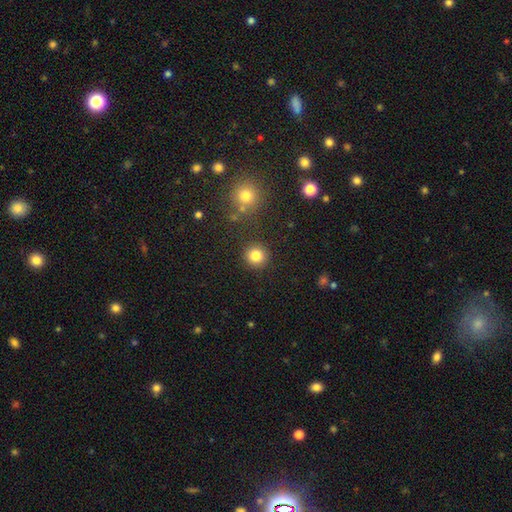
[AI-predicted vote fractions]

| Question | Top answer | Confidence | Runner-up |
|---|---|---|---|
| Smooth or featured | smooth | 83% | star or artifact (11%) |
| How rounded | round | 93% | in between (6%) |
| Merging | none | 89% | minor disturbance (6%) |